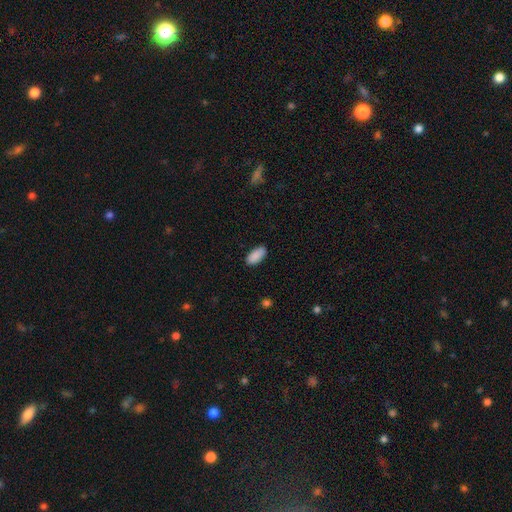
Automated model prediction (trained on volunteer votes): Overall: smooth (90%). How rounded: in between (92%). Merging: none (87%).